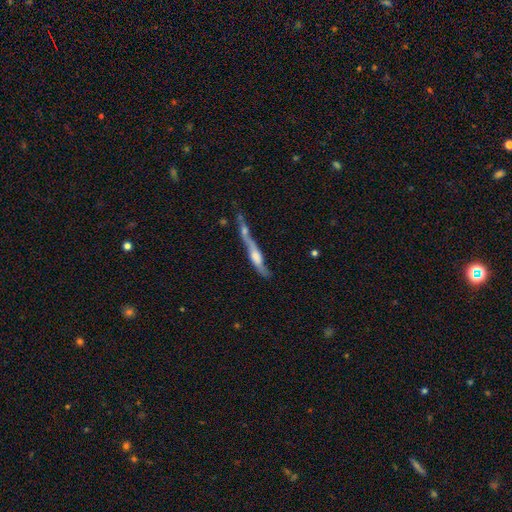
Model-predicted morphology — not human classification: smooth_or_featured: featured or disk (p=0.59) [alt: smooth p=0.33]
disk_edge_on: yes (p=0.76) [alt: no p=0.24]
merging: merger (p=0.45) [alt: none p=0.28]